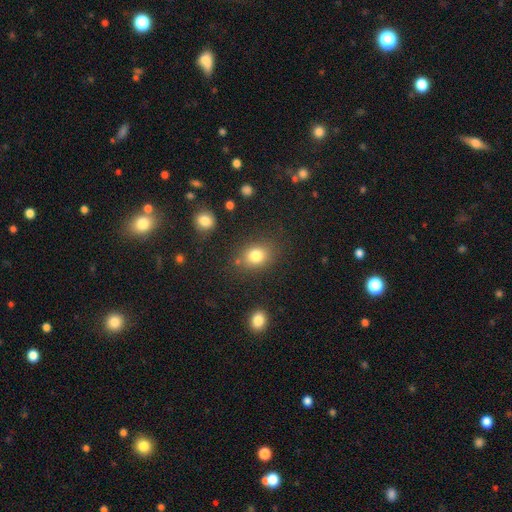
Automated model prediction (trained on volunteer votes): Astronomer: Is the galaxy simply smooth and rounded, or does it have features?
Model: smooth — 80%.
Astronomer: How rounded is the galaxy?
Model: round — 51% (runner-up: in between, 48%).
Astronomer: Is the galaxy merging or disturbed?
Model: none — 79%.